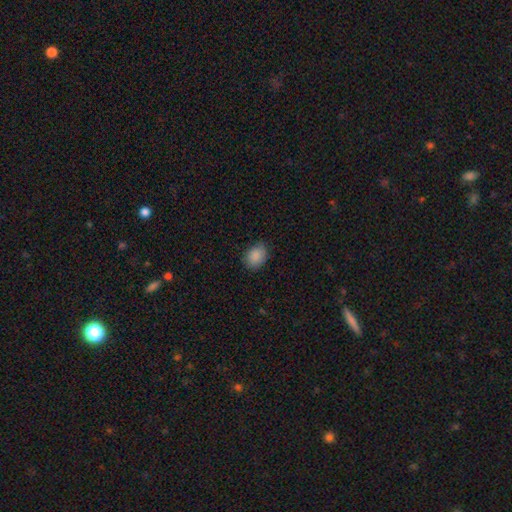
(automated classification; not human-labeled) A smooth galaxy with no disk features (88%) that is in between round and cigar-shaped (65%).

Vote fractions:
- Smooth or featured? smooth: 88% / star or artifact: 8% / featured or disk: 3%
- How rounded? in between: 65% / round: 34% / cigar-shaped: 1%
- Merging? none: 81% / minor disturbance: 15% / major disturbance: 3% / merger: 1%